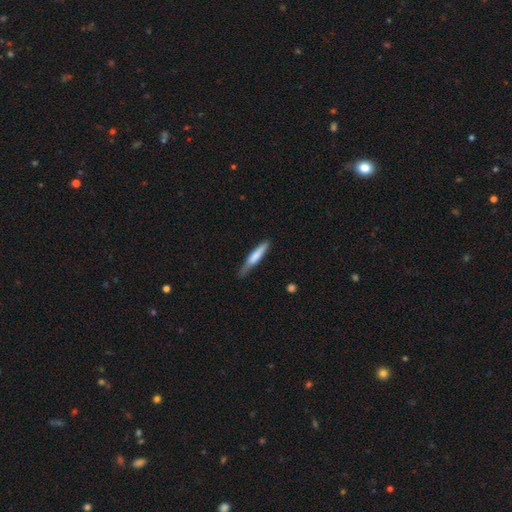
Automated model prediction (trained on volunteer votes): Smooth or featured: smooth — 67% (featured or disk — 27%)
How rounded: cigar-shaped — 90% (in between — 8%)
Merging: none — 68% (minor disturbance — 26%)